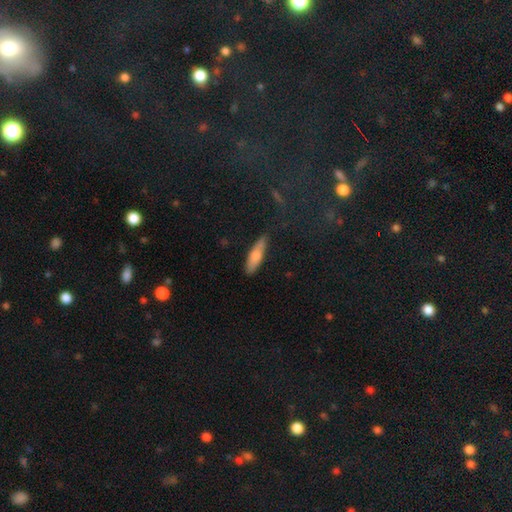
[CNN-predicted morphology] Smooth or featured?
  - smooth: 75% *
  - featured or disk: 19%
  - star or artifact: 6%
How rounded?
  - cigar-shaped: 61% *
  - in between: 37%
  - round: 2%
Merging?
  - none: 81% *
  - minor disturbance: 15%
  - major disturbance: 3%
  - merger: 2%